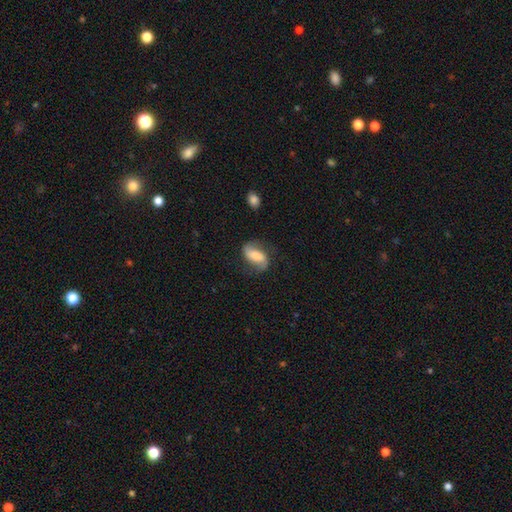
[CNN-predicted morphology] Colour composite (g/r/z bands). It shows a featured or disk galaxy (52%). Merging: none (68%).